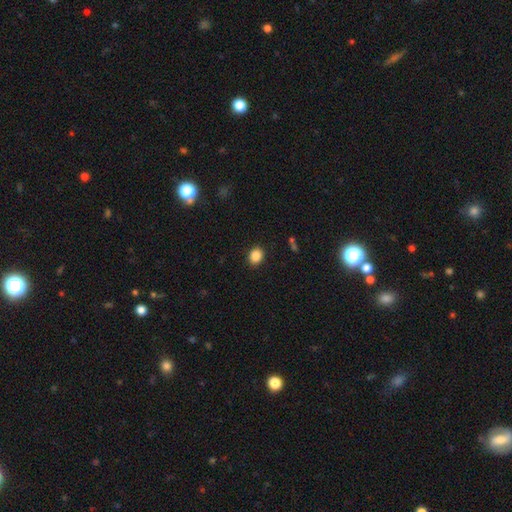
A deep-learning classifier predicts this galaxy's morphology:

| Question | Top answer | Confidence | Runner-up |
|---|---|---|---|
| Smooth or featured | smooth | 87% | star or artifact (9%) |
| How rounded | round | 52% | in between (47%) |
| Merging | none | 89% | minor disturbance (7%) |